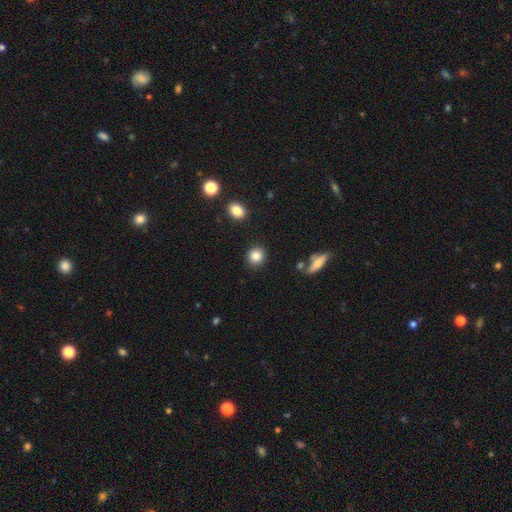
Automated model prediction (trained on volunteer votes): Smooth or featured?
  - smooth: 85% *
  - star or artifact: 9%
  - featured or disk: 6%
How rounded?
  - round: 87% *
  - in between: 11%
  - cigar-shaped: 1%
Merging?
  - none: 89% *
  - minor disturbance: 7%
  - merger: 2%
  - major disturbance: 2%